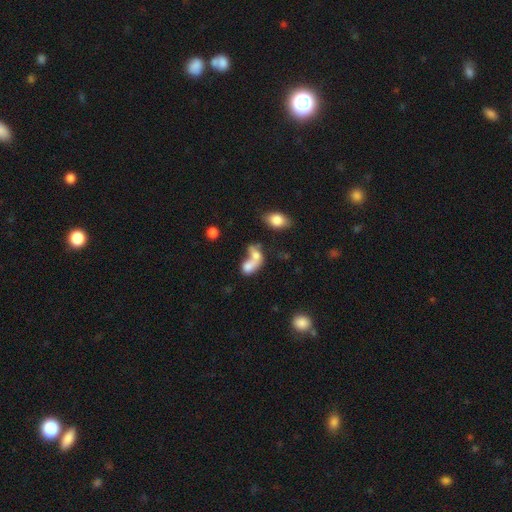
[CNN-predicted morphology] This is likely a smooth galaxy (66%). How rounded: likely in between (74%). Merging: likely merger (72%).